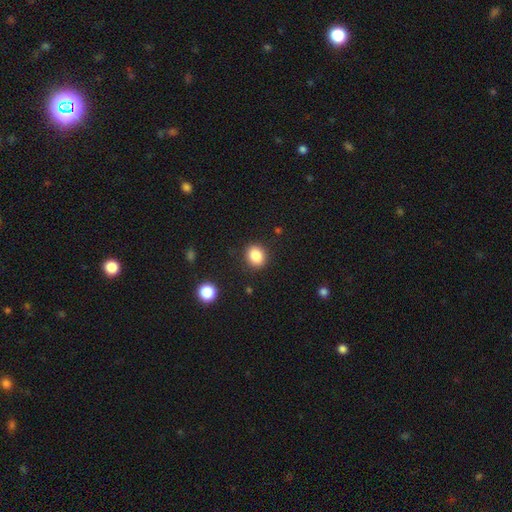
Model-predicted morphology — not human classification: Smooth or featured?
  - smooth: 86% *
  - star or artifact: 10%
  - featured or disk: 4%
How rounded?
  - round: 66% *
  - in between: 33%
  - cigar-shaped: 1%
Merging?
  - none: 89% *
  - minor disturbance: 7%
  - major disturbance: 3%
  - merger: 1%